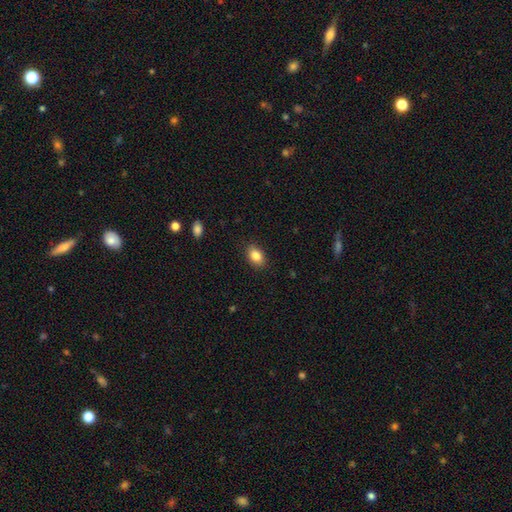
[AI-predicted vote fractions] Smooth or featured: smooth — 85% (star or artifact — 8%)
How rounded: in between — 83% (round — 15%)
Merging: none — 87% (minor disturbance — 9%)